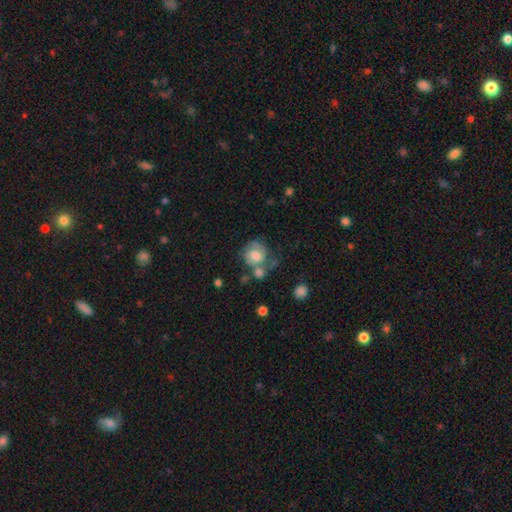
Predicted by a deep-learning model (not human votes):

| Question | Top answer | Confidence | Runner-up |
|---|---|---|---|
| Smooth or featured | smooth | 47% | featured or disk (45%) |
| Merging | none | 42% | merger (24%) |